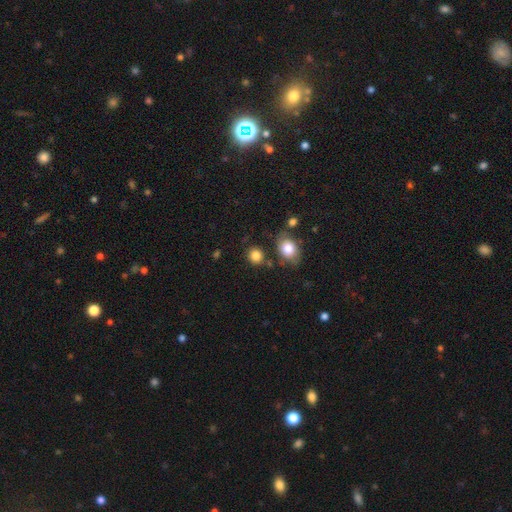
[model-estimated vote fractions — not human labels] This appears to be a smooth galaxy with no disk features (84%) that is round (79%). Merging: none (78%).